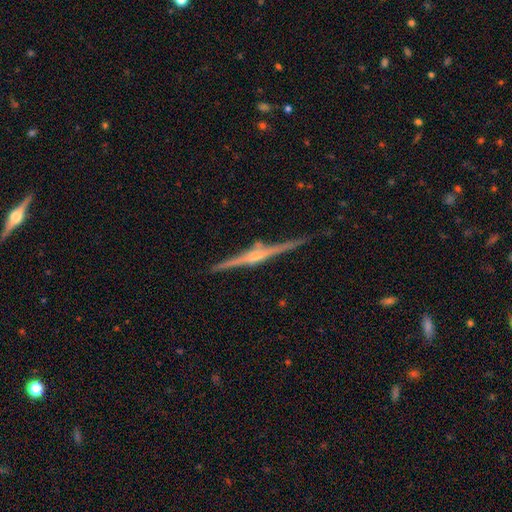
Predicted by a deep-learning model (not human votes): A featured or disk galaxy (89%) viewed edge-on (98%) with a rounded central bulge (83%). Merging: none (89%).